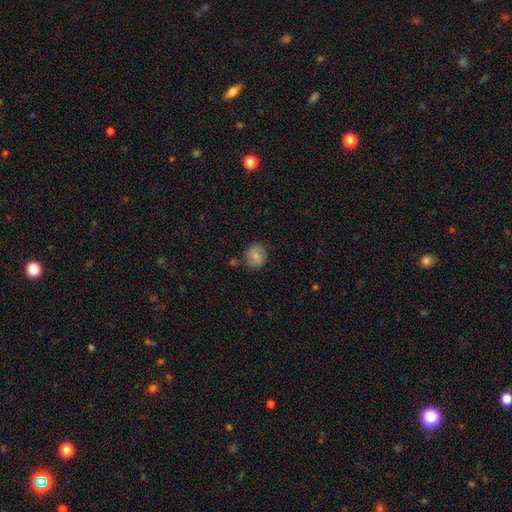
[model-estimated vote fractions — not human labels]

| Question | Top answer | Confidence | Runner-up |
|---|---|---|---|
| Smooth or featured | smooth | 81% | featured or disk (11%) |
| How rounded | round | 83% | in between (16%) |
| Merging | none | 79% | minor disturbance (13%) |